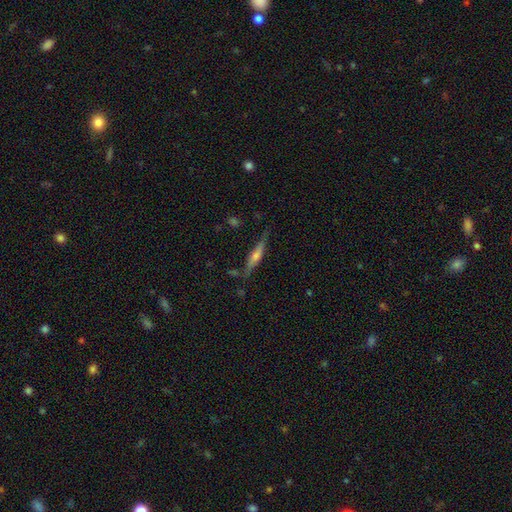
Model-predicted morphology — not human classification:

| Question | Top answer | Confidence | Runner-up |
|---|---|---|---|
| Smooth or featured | featured or disk | 68% | smooth (25%) |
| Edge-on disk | yes | 96% | no (4%) |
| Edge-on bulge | rounded | 80% | none (10%) |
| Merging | none | 81% | minor disturbance (14%) |